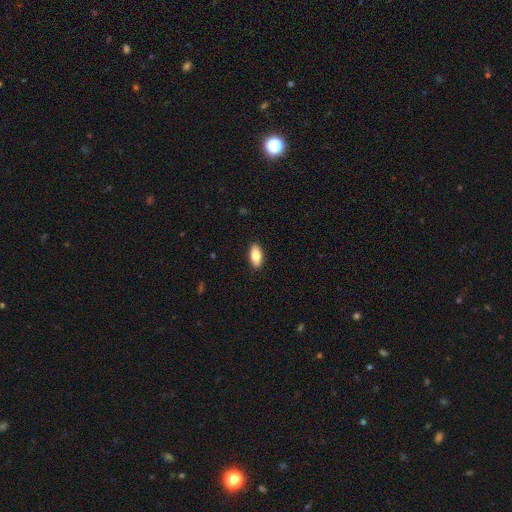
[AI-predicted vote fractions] Q: Smooth or featured?
A: smooth (81%); runner-up: featured or disk (12%)
Q: How rounded?
A: in between (89%); runner-up: cigar-shaped (9%)
Q: Merging?
A: none (89%); runner-up: minor disturbance (8%)